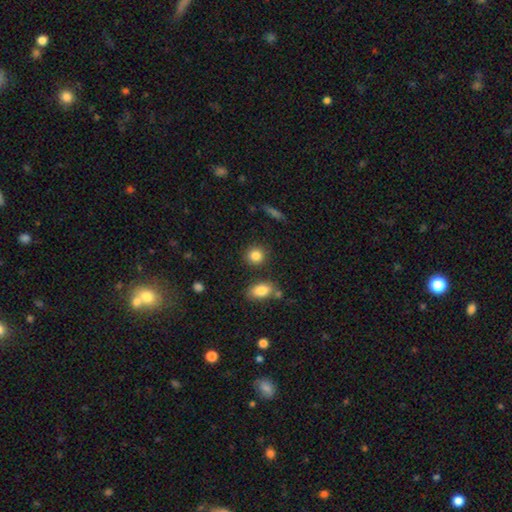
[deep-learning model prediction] Smooth or featured? Predicted: smooth (p=0.84). How rounded? Predicted: round (p=0.84). Merging? Predicted: none (p=0.84).